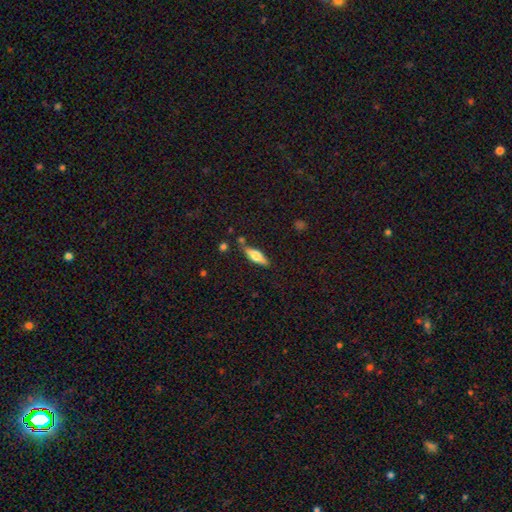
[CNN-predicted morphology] A smooth galaxy with no disk features (53%) that is cigar-shaped (50%). Merging: none (79%).